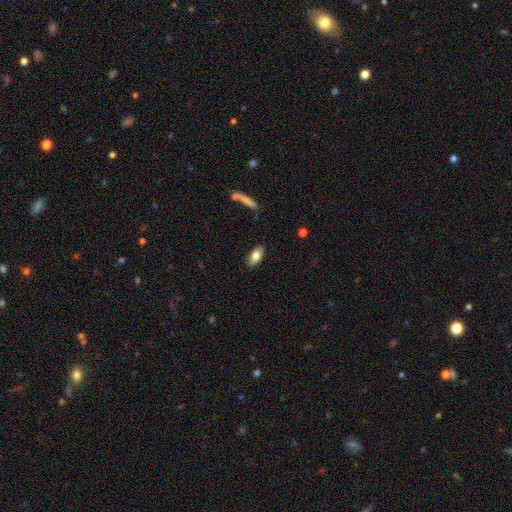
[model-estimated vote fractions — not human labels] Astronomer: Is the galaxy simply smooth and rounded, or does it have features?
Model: smooth — 77%.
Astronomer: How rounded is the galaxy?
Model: in between — 88%.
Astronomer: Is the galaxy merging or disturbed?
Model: none — 86%.